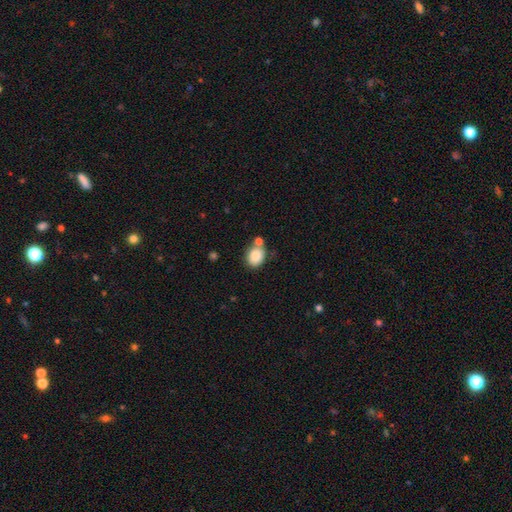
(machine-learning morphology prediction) This is clearly a smooth galaxy (84%). How rounded: possibly round (50%). Merging: likely none (64%).